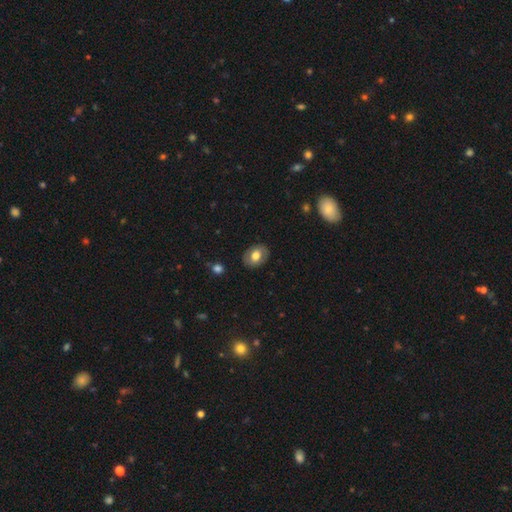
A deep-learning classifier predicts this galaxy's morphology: Smooth or featured? Predicted: smooth (p=0.66). How rounded? Predicted: in between (p=0.70). Merging? Predicted: none (p=0.85).